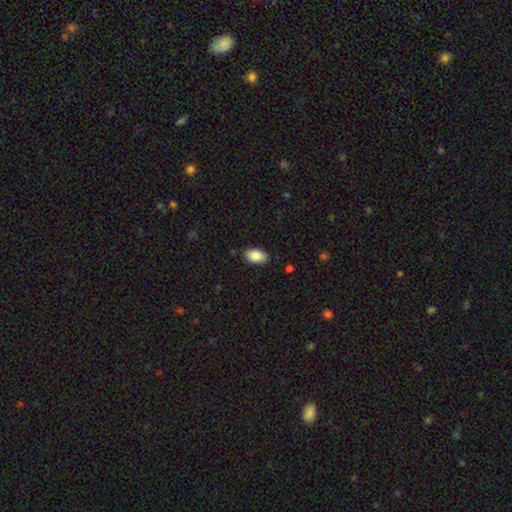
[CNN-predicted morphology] Q: Smooth or featured?
A: smooth (88%); runner-up: star or artifact (7%)
Q: How rounded?
A: in between (92%); runner-up: round (6%)
Q: Merging?
A: none (86%); runner-up: minor disturbance (10%)